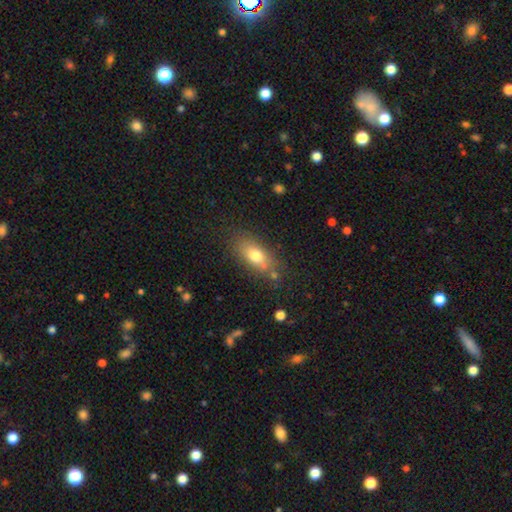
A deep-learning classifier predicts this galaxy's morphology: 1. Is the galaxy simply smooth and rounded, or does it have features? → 74% smooth, 17% featured or disk, 9% star or artifact.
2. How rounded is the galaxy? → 80% in between, 12% cigar-shaped, 9% round.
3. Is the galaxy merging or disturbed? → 70% none, 17% minor disturbance, 8% merger, 6% major disturbance.